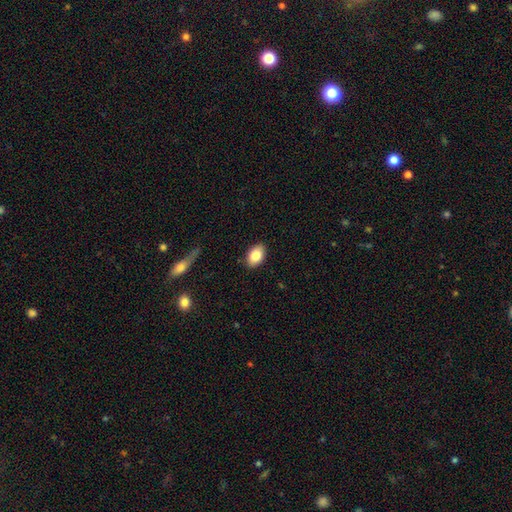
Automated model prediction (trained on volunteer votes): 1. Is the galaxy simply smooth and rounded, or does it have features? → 84% smooth, 8% featured or disk, 7% star or artifact.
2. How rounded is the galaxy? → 88% in between, 11% round, 1% cigar-shaped.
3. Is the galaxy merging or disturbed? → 88% none, 9% minor disturbance, 2% major disturbance, 1% merger.